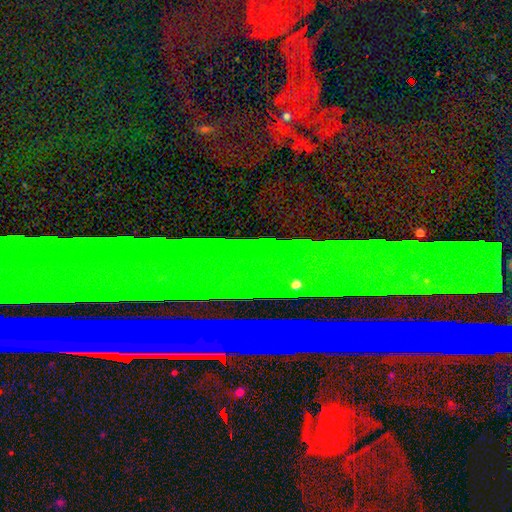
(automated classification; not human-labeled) Overall: star or artifact (87%).